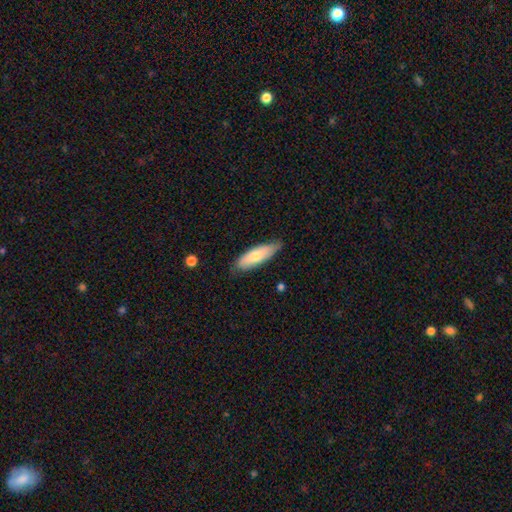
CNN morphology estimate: Smooth or featured? Predicted: smooth (p=0.66). How rounded? Predicted: cigar-shaped (p=0.51). Merging? Predicted: none (p=0.80).